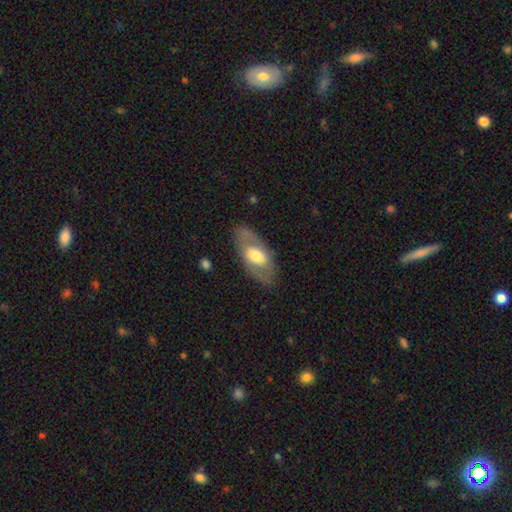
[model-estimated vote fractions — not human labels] Smooth or featured: featured or disk — 51% (smooth — 43%)
Edge-on disk: no — 84% (yes — 16%)
Merging: none — 78% (minor disturbance — 14%)